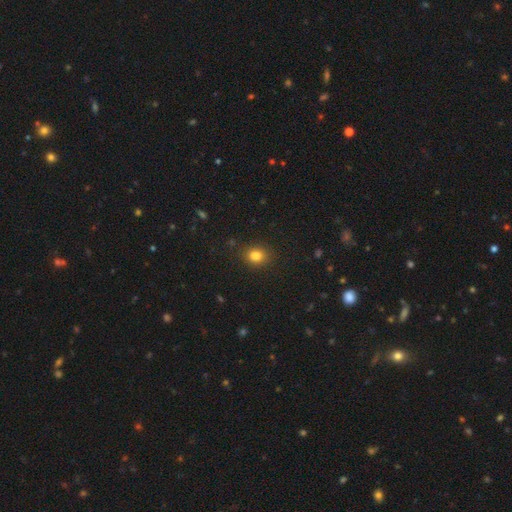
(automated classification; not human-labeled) Smooth or featured?
  - smooth: 82% *
  - star or artifact: 13%
  - featured or disk: 5%
How rounded?
  - round: 57% *
  - in between: 42%
  - cigar-shaped: 1%
Merging?
  - none: 82% *
  - minor disturbance: 11%
  - major disturbance: 3%
  - merger: 3%